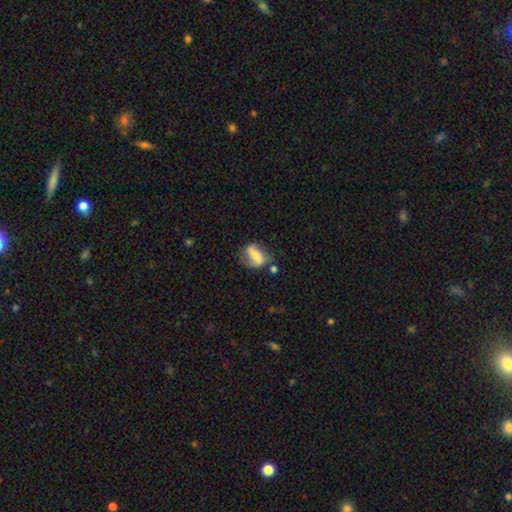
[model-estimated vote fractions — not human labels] Smooth or featured? featured or disk (54%)
Edge-on disk? no (94%)
Bar? strong (41%)
Spiral arms? yes (79%)
Bulge size? small (39%)
Merging? none (47%)